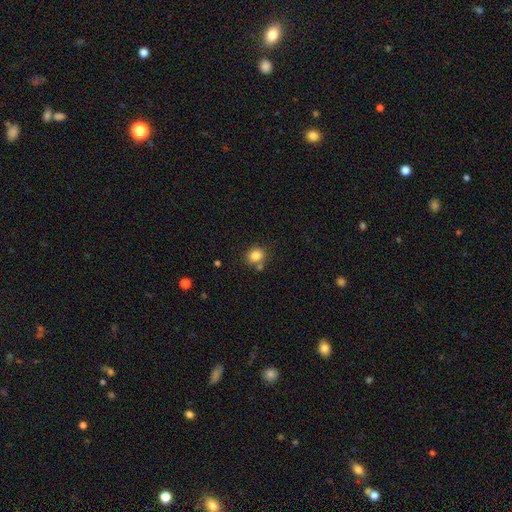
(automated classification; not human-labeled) smooth-or-featured: smooth: 82% | star or artifact: 11% | featured or disk: 6%
  how-rounded: round: 74% | in between: 25% | cigar-shaped: 1%
  merging: none: 71% | merger: 14% | minor disturbance: 12% | major disturbance: 3%